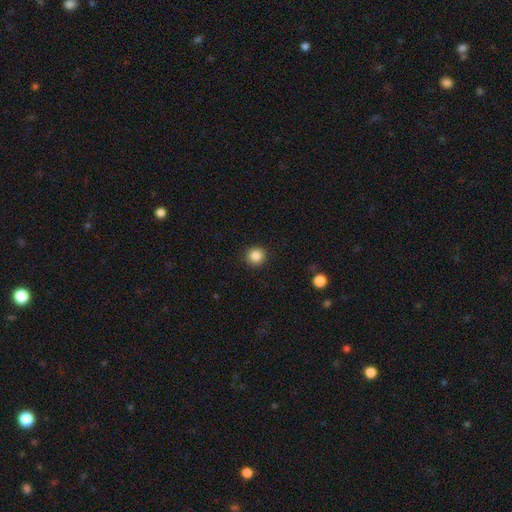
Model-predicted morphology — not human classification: A smooth galaxy with no disk features (86%) that is round (92%). Merging: none (91%).